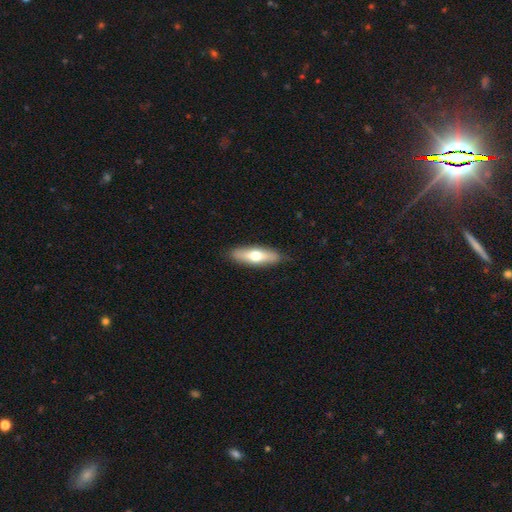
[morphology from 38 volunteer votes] type=smooth (66%); roundness=in between (68%); merging=none (92%).